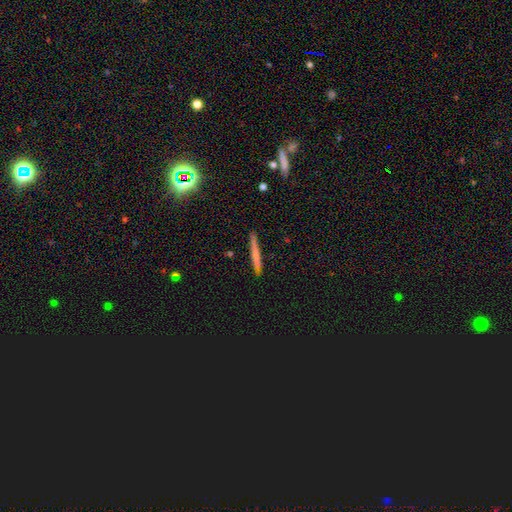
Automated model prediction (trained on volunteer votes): smooth_or_featured: smooth (p=0.59) [alt: featured or disk p=0.33]
how_rounded: cigar-shaped (p=0.96) [alt: in between p=0.03]
merging: none (p=0.88) [alt: minor disturbance p=0.09]